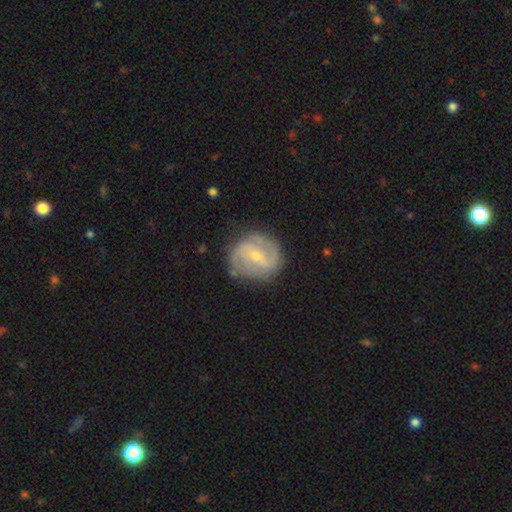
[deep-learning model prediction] Morphology: type=featured or disk (80%); edge-on=no (97%); bar=weak (47%); spiral arms=yes (91%); winding=medium (46%); arm count=2 (74%); bulge=small (68%); merging=none (77%).